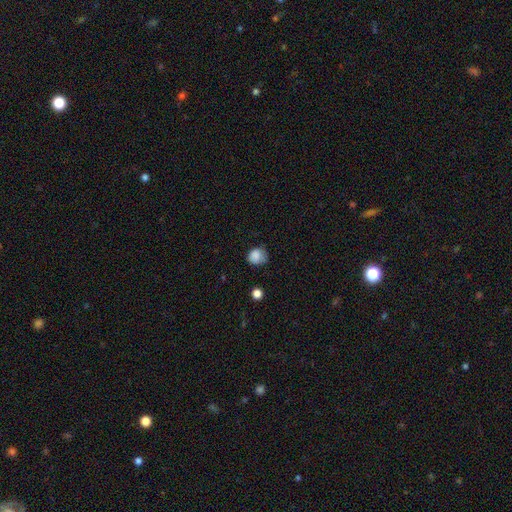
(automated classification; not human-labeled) This is clearly a smooth galaxy (84%). How rounded: likely round (72%). Merging: possibly none (60%).